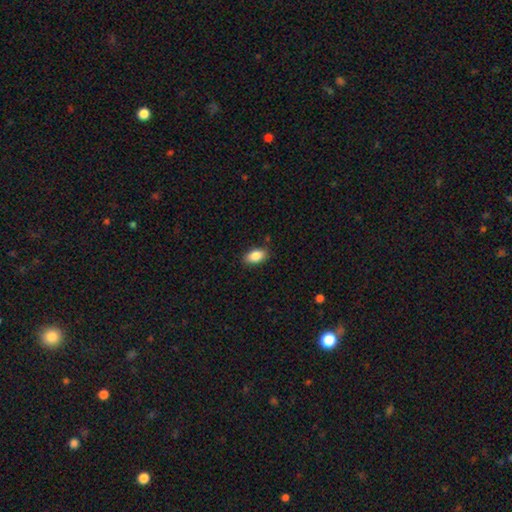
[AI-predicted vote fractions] Smooth or featured: smooth — 86% (star or artifact — 8%)
How rounded: in between — 91% (round — 6%)
Merging: none — 85% (minor disturbance — 11%)